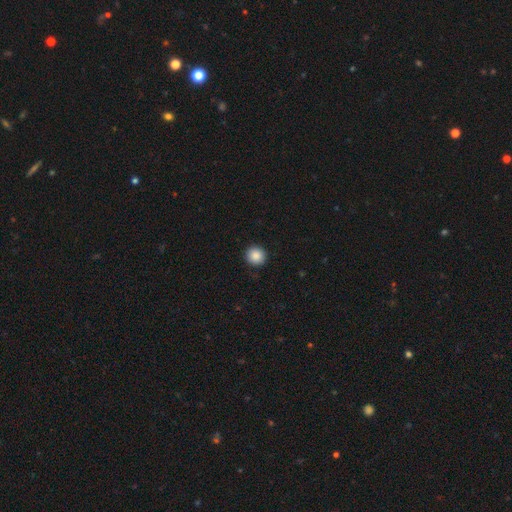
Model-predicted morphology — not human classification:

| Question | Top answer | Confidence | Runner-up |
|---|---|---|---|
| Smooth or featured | smooth | 88% | star or artifact (9%) |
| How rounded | round | 93% | in between (6%) |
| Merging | none | 92% | minor disturbance (5%) |